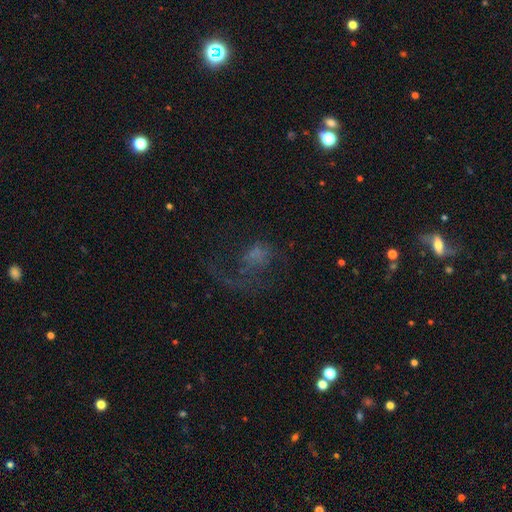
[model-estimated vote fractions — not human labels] smooth-or-featured: featured or disk: 42% | smooth: 36% | star or artifact: 22%
  merging: major disturbance: 56% | none: 27% | minor disturbance: 12% | merger: 5%